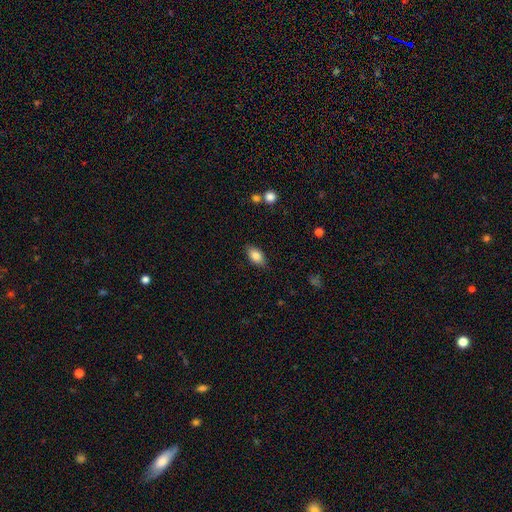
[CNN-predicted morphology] A smooth galaxy with no disk features (85%) that is in between round and cigar-shaped (90%). Merging: none (85%).